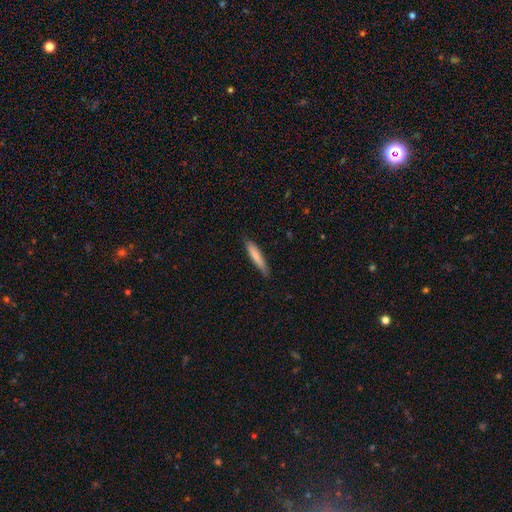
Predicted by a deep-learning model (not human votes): Smooth or featured?
  - smooth: 78% *
  - featured or disk: 17%
  - star or artifact: 5%
How rounded?
  - cigar-shaped: 90% *
  - in between: 8%
  - round: 1%
Merging?
  - none: 83% *
  - minor disturbance: 14%
  - major disturbance: 2%
  - merger: 1%